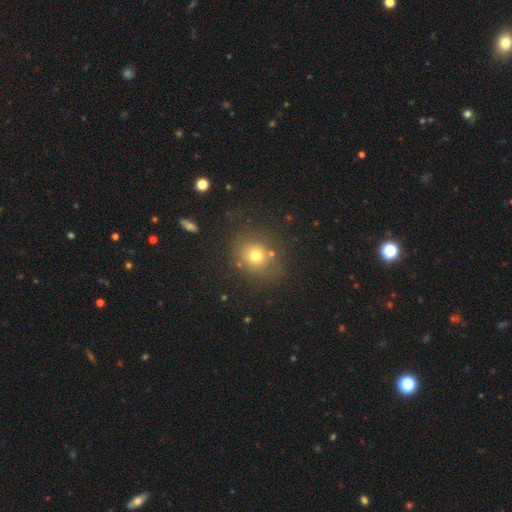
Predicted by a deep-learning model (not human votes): smooth-or-featured: smooth: 72% | star or artifact: 17% | featured or disk: 11%
  how-rounded: round: 75% | in between: 24% | cigar-shaped: 1%
  merging: none: 79% | minor disturbance: 11% | major disturbance: 5% | merger: 4%